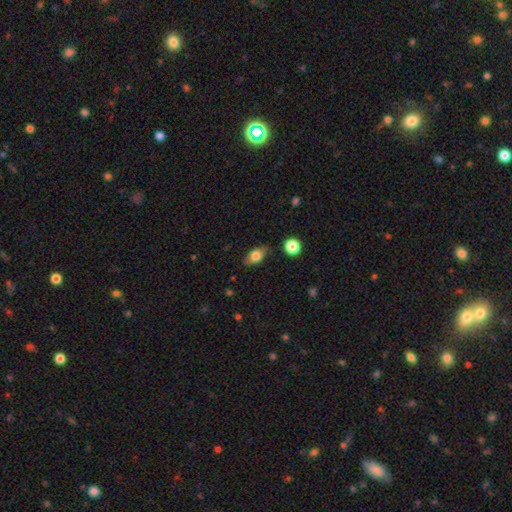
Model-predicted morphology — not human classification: Smooth or featured? smooth (77%)
How rounded? in between (83%)
Merging? none (80%)